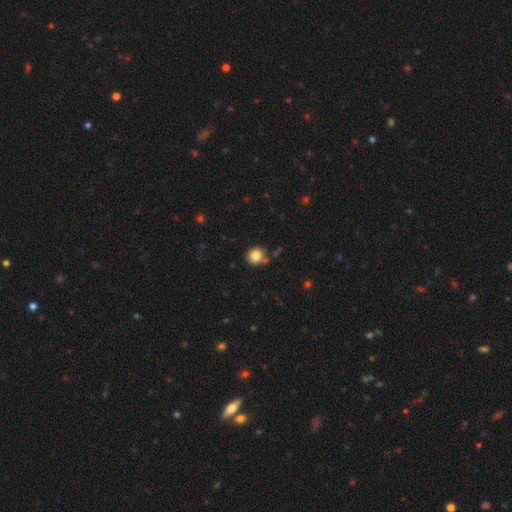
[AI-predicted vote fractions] Smooth or featured?
  - smooth: 84% *
  - star or artifact: 11%
  - featured or disk: 6%
How rounded?
  - round: 90% *
  - in between: 9%
  - cigar-shaped: 1%
Merging?
  - none: 77% *
  - minor disturbance: 12%
  - merger: 8%
  - major disturbance: 3%